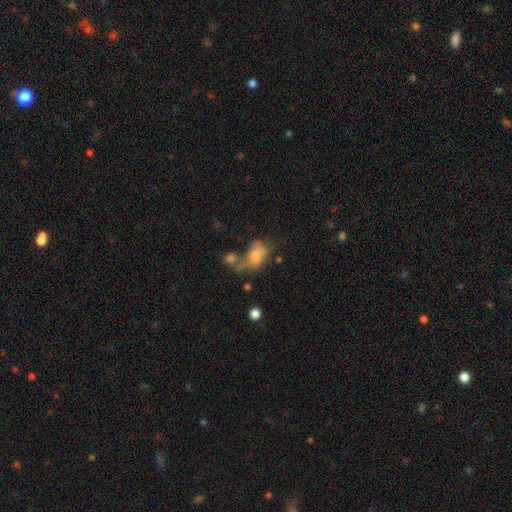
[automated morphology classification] Q: Smooth or featured?
A: smooth (61%); runner-up: featured or disk (28%)
Q: How rounded?
A: in between (79%); runner-up: round (19%)
Q: Merging?
A: merger (34%); runner-up: major disturbance (26%)